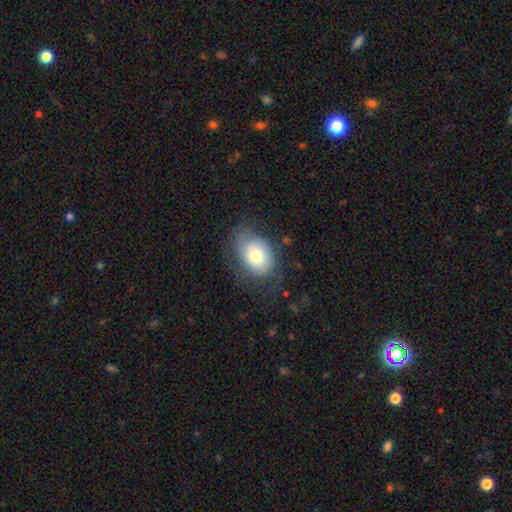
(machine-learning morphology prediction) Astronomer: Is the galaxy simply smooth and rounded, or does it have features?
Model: smooth — 68%.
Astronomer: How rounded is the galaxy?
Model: in between — 77%.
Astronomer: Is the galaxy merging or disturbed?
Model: none — 60%.